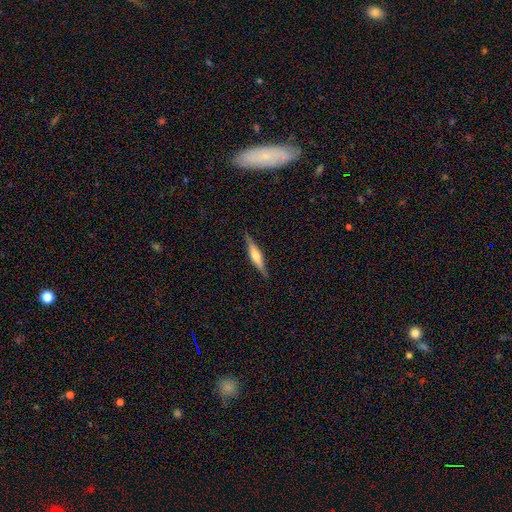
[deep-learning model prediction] Smooth or featured? Predicted: featured or disk (p=0.57). Edge-on disk? Predicted: yes (p=0.96). Edge-on bulge? Predicted: rounded (p=0.69). Merging? Predicted: none (p=0.87).